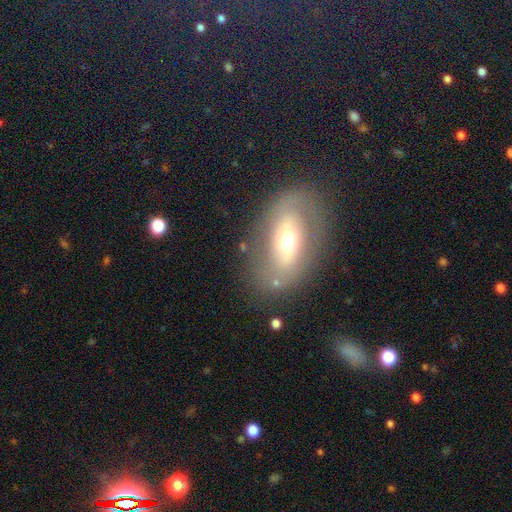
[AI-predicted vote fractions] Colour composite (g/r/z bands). It shows a featured or disk galaxy (62%) with no bar (41%), spiral arms (66%) and a moderate central bulge (57%). Merging: none (75%).